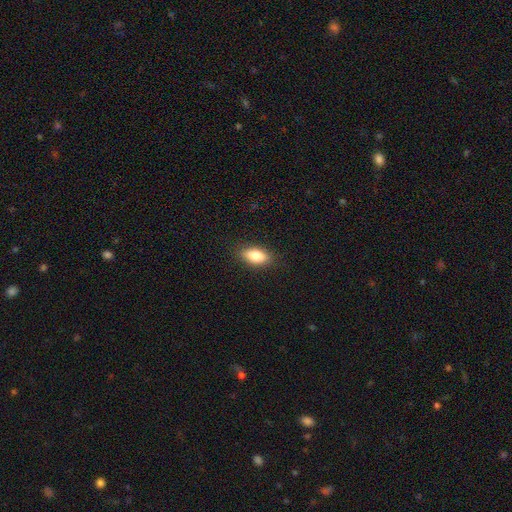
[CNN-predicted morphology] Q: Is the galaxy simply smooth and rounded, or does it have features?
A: smooth — 81%.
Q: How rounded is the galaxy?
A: in between — 85%.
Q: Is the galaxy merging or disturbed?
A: none — 87%.